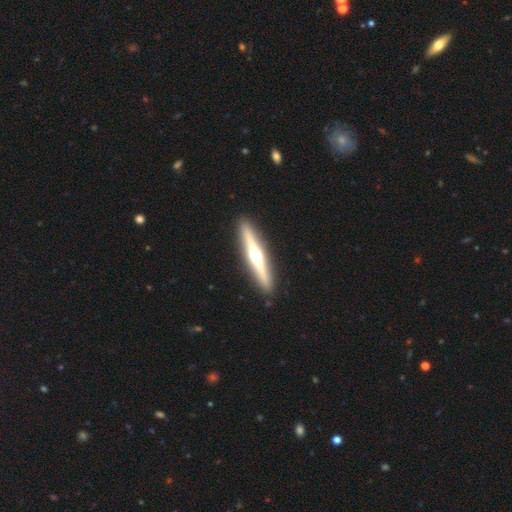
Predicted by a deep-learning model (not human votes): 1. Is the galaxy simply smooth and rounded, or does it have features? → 72% featured or disk, 23% smooth, 5% star or artifact.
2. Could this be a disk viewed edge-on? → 97% yes, 3% no.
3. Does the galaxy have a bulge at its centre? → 94% rounded, 3% none, 3% boxy.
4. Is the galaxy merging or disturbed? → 92% none, 6% minor disturbance, 1% major disturbance, 1% merger.